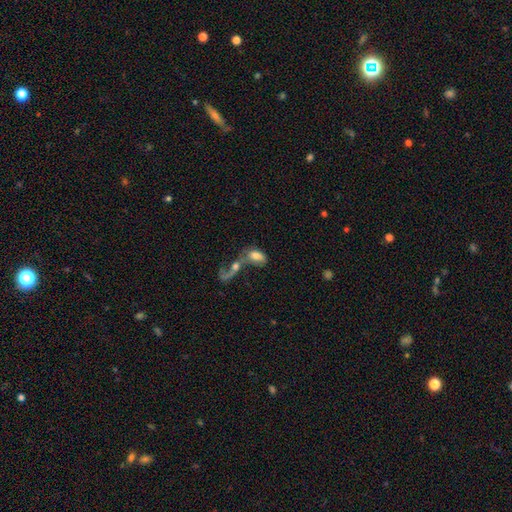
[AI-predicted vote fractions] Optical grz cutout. It shows a smooth galaxy with no disk features (64%) that is in between round and cigar-shaped (89%). Merging: merger (66%).